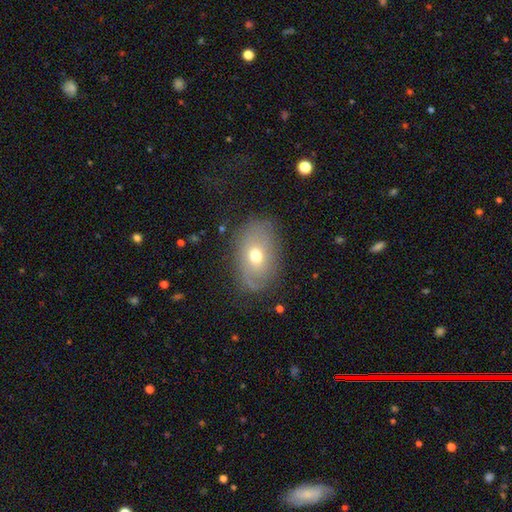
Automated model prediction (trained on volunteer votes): This is possibly a smooth galaxy (48%). Merging: likely none (78%).